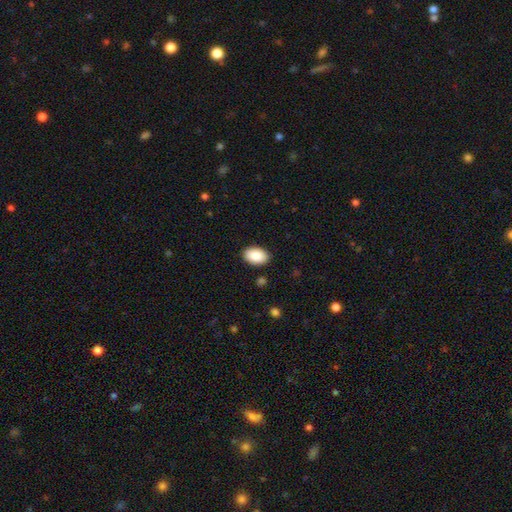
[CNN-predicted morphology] This is clearly a smooth galaxy (89%). How rounded: clearly in between (90%). Merging: clearly none (89%).